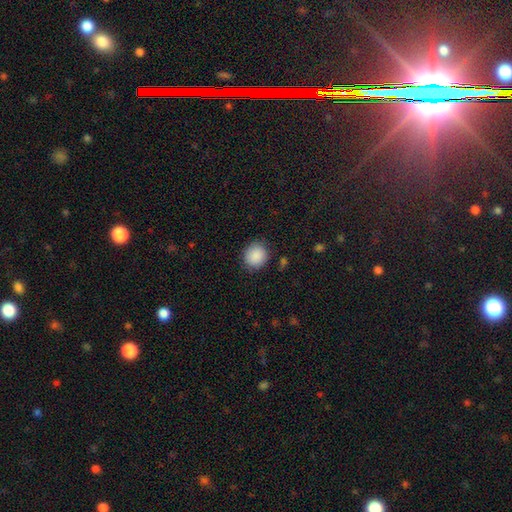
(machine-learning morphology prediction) The model was most divided on "how rounded": round: 83%, in between: 17%, cigar-shaped: 1%. More confident: smooth or featured — smooth (89%); merging — none (86%).